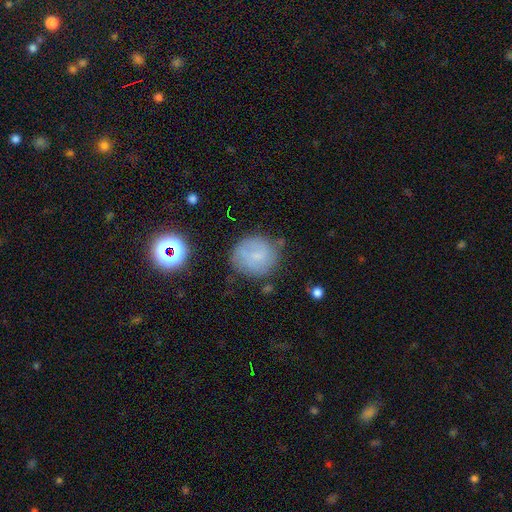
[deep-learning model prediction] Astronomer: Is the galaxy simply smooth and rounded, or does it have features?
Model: smooth — 64%.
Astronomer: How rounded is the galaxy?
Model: round — 86%.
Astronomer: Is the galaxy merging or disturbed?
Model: none — 69%.